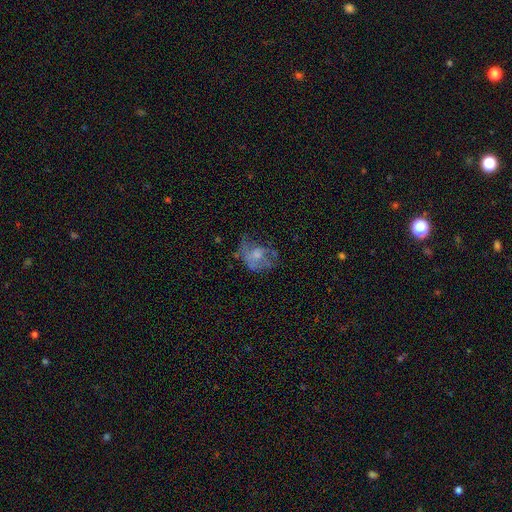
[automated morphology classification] type=featured or disk (47%); merging=major disturbance (36%).